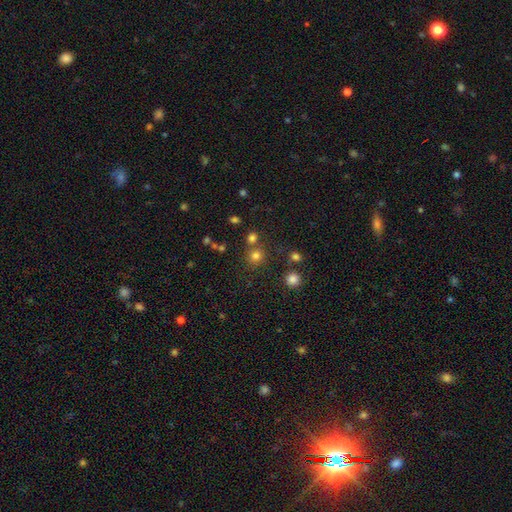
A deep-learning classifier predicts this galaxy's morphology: This appears to be a smooth galaxy with no disk features (75%) that is round (89%). Merging: none (72%).